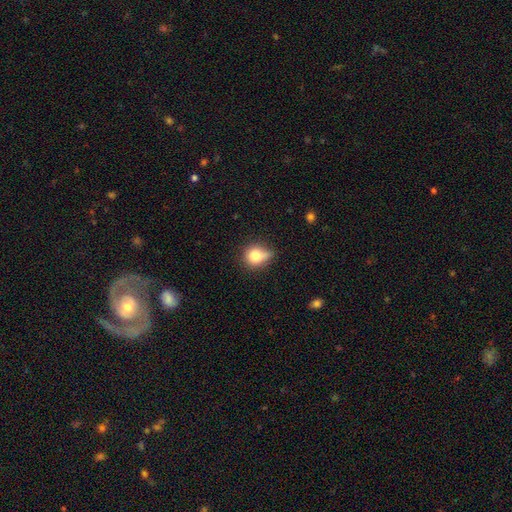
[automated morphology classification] This is likely a smooth galaxy (79%). How rounded: likely round (69%). Merging: marginally none (44%).